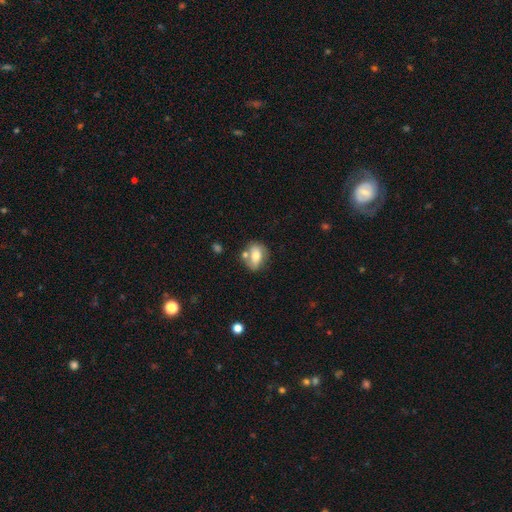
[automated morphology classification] Smooth or featured? Predicted: smooth (p=0.65). How rounded? Predicted: in between (p=0.68). Merging? Predicted: none (p=0.54).